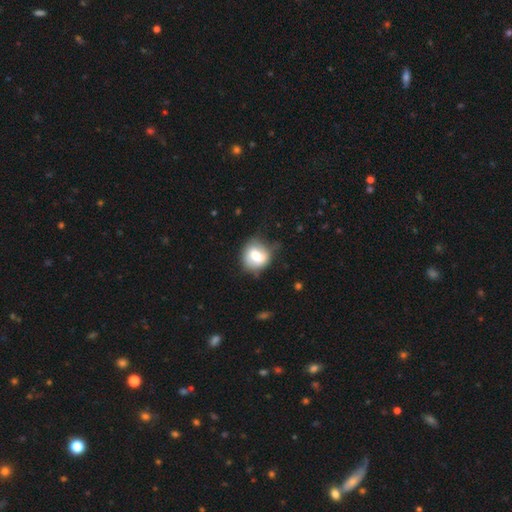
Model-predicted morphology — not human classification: Smooth or featured: smooth — 67% (featured or disk — 25%)
How rounded: round — 72% (in between — 27%)
Merging: none — 54% (minor disturbance — 28%)